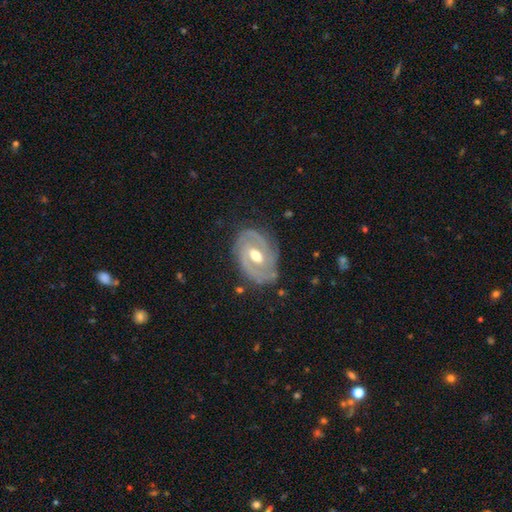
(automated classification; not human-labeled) featured or disk 86%, smooth 9%, star or artifact 5%. Down the decision tree: edge-on disk — no (96%); bar — weak (49%); spiral arms — yes (91%); spiral arm count — 2 (71%); spiral winding — tight (60%); bulge size — moderate (77%); merging — none (77%).